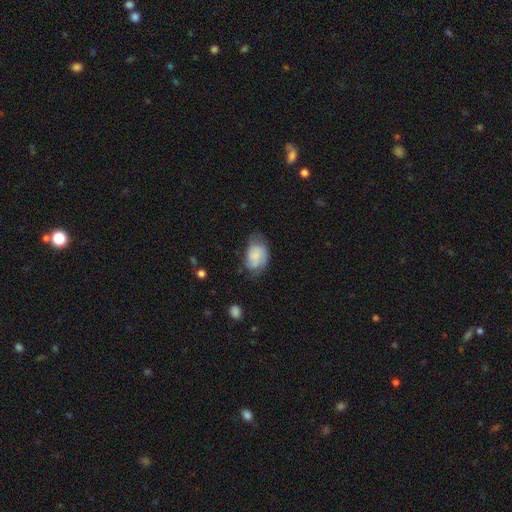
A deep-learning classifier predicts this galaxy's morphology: This is likely a smooth galaxy (62%). How rounded: clearly in between (83%). Merging: possibly none (49%).